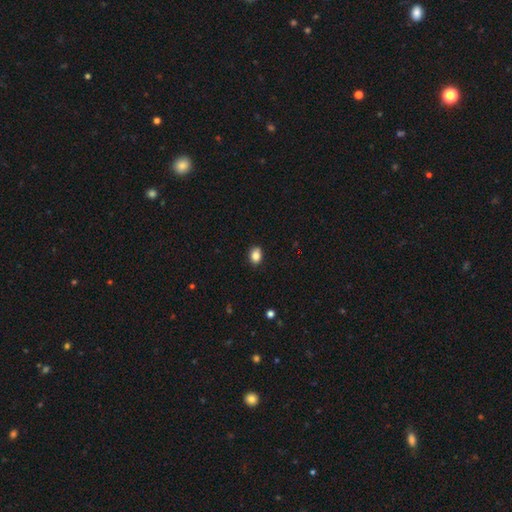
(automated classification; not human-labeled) Overall: smooth (86%). How rounded: in between (70%). Merging: none (89%).